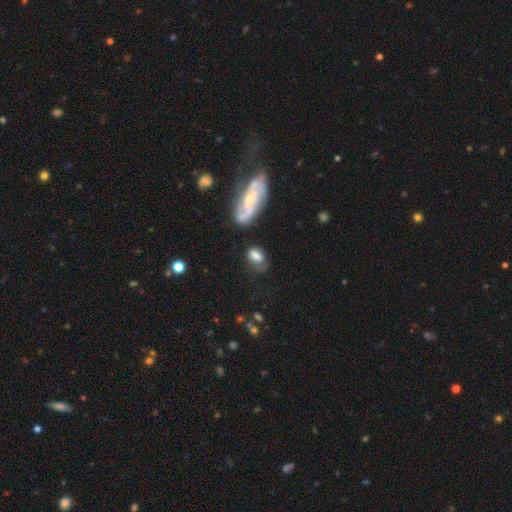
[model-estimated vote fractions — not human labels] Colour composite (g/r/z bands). It shows a smooth galaxy with no disk features (70%) that is in between round and cigar-shaped (84%). Merging: none (54%).